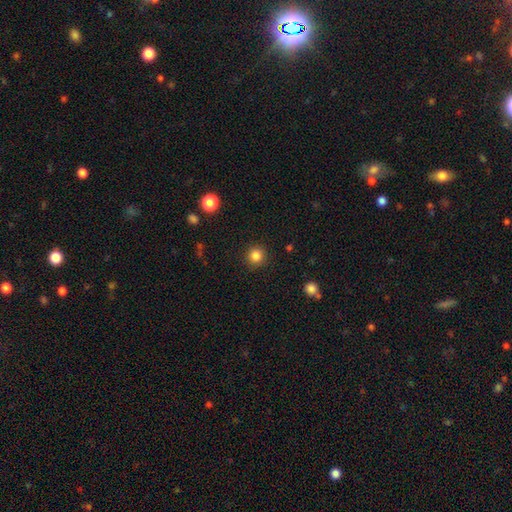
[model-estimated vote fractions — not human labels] Smooth or featured? Predicted: smooth (p=0.84). How rounded? Predicted: round (p=0.93). Merging? Predicted: none (p=0.91).